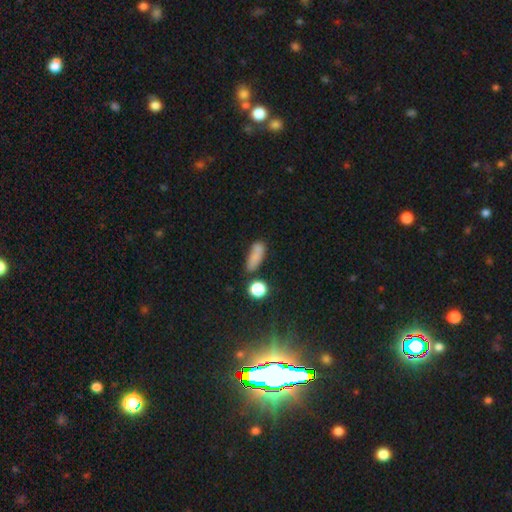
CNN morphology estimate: smooth-or-featured: smooth: 78% | star or artifact: 11% | featured or disk: 10%
  how-rounded: in between: 58% | cigar-shaped: 35% | round: 7%
  merging: none: 62% | minor disturbance: 21% | merger: 10% | major disturbance: 7%